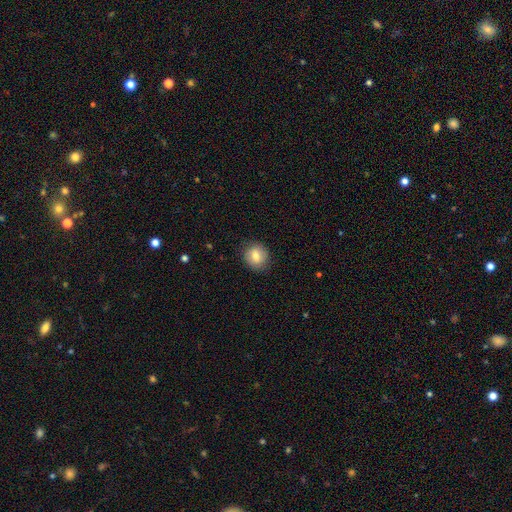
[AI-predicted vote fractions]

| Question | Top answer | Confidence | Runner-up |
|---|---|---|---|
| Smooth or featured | smooth | 77% | featured or disk (14%) |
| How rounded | round | 78% | in between (21%) |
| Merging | none | 86% | minor disturbance (10%) |